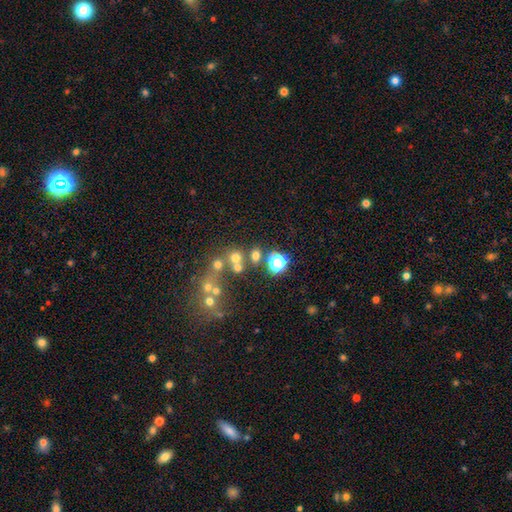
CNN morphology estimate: Smooth or featured? Predicted: smooth (p=0.59). How rounded? Predicted: round (p=0.76). Merging? Predicted: none (p=0.59).